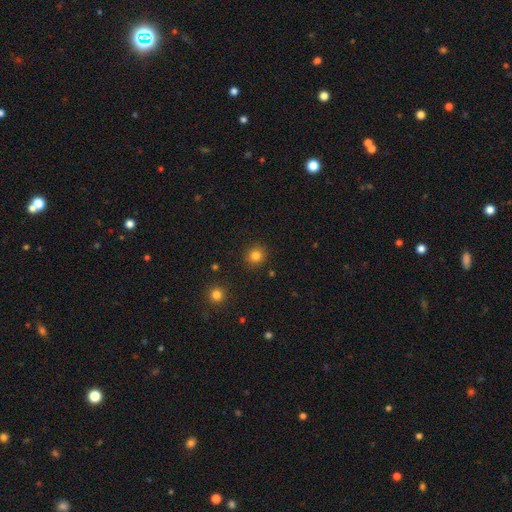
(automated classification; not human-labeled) This appears to be a smooth galaxy with no disk features (82%) that is round (89%). Merging: none (90%).